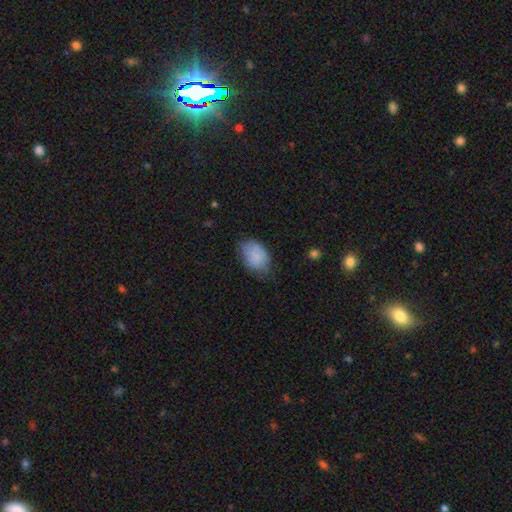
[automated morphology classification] This appears to be a smooth galaxy with no disk features (82%) that is in between round and cigar-shaped (86%). Merging: none (59%).